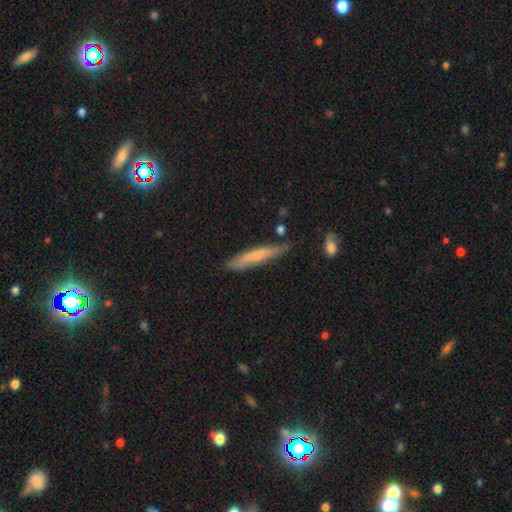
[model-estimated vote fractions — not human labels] This is likely a smooth galaxy (63%). How rounded: clearly cigar-shaped (92%). Merging: likely none (77%).